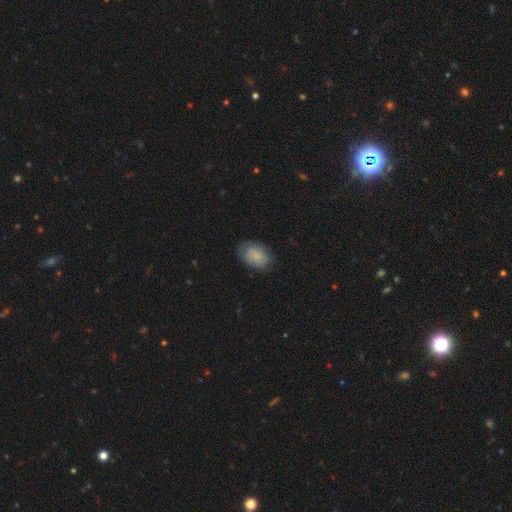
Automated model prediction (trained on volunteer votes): The model was most divided on "how rounded": in between: 78%, round: 21%, cigar-shaped: 1%. More confident: smooth or featured — smooth (77%); merging — none (76%).